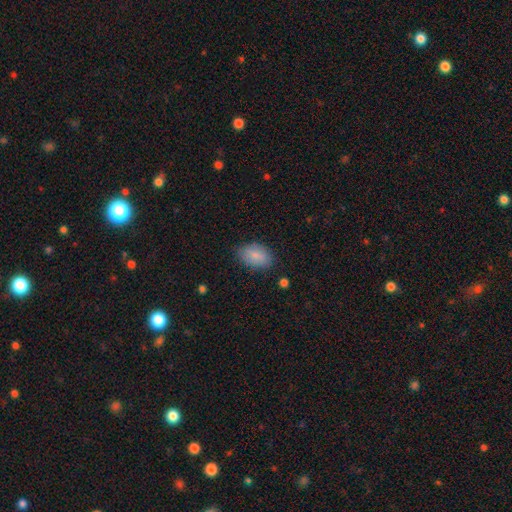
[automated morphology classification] A smooth galaxy with no disk features (86%) that is in between round and cigar-shaped (90%).

Vote fractions:
- Smooth or featured? smooth: 86% / featured or disk: 7% / star or artifact: 7%
- How rounded? in between: 90% / round: 8% / cigar-shaped: 2%
- Merging? none: 81% / minor disturbance: 14% / major disturbance: 3% / merger: 1%